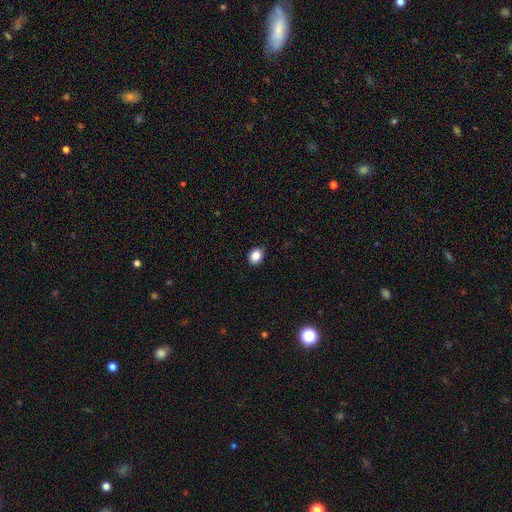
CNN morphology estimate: smooth_or_featured: smooth (p=0.86) [alt: star or artifact p=0.10]
how_rounded: round (p=0.57) [alt: in between p=0.42]
merging: none (p=0.90) [alt: minor disturbance p=0.08]